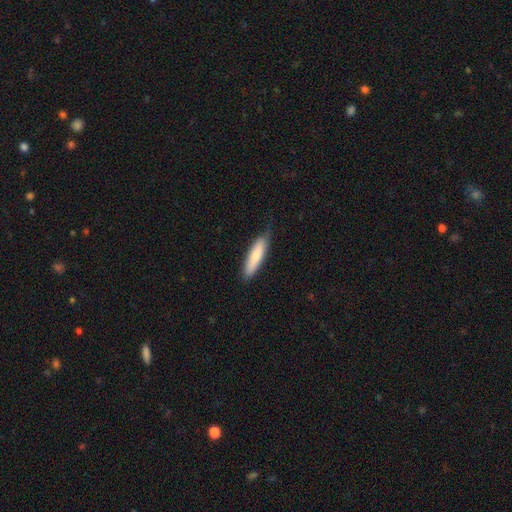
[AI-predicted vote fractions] smooth-or-featured: smooth: 75% | featured or disk: 20% | star or artifact: 5%
  how-rounded: cigar-shaped: 73% | in between: 26% | round: 1%
  merging: none: 75% | minor disturbance: 20% | major disturbance: 4% | merger: 1%